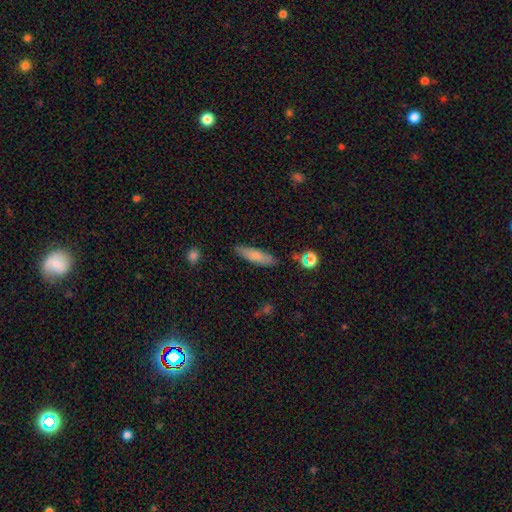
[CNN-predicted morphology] Smooth or featured: smooth — 77% (featured or disk — 15%)
How rounded: cigar-shaped — 69% (in between — 28%)
Merging: none — 83% (minor disturbance — 12%)